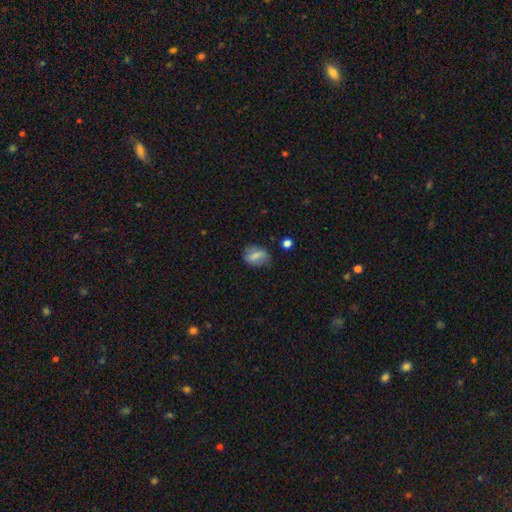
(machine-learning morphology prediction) A smooth galaxy with no disk features (69%) that is in between round and cigar-shaped (70%).

Vote fractions:
- Smooth or featured? smooth: 69% / featured or disk: 21% / star or artifact: 9%
- How rounded? in between: 70% / round: 27% / cigar-shaped: 3%
- Merging? none: 59% / minor disturbance: 30% / major disturbance: 9% / merger: 2%